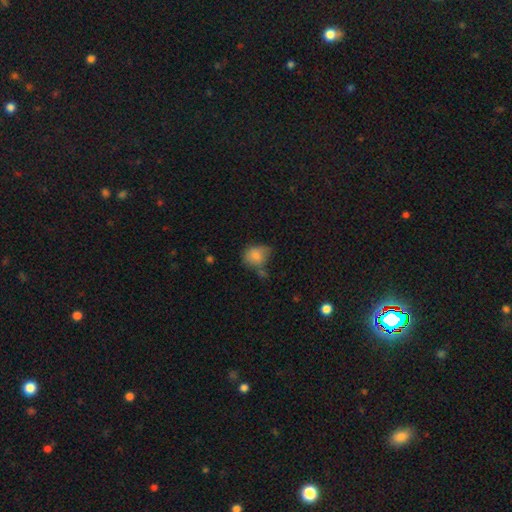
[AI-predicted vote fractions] A smooth galaxy with no disk features (80%) that is round (53%).

Vote fractions:
- Smooth or featured? smooth: 80% / featured or disk: 11% / star or artifact: 9%
- How rounded? round: 53% / in between: 46% / cigar-shaped: 1%
- Merging? none: 45% / minor disturbance: 31% / major disturbance: 12% / merger: 12%